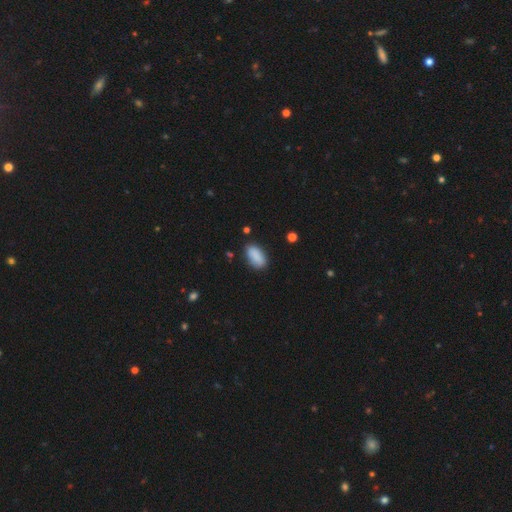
Smooth or featured: smooth — 85% (star or artifact — 10%)
How rounded: in between — 88% (cigar-shaped — 12%)
Merging: none — 71% (minor disturbance — 20%)